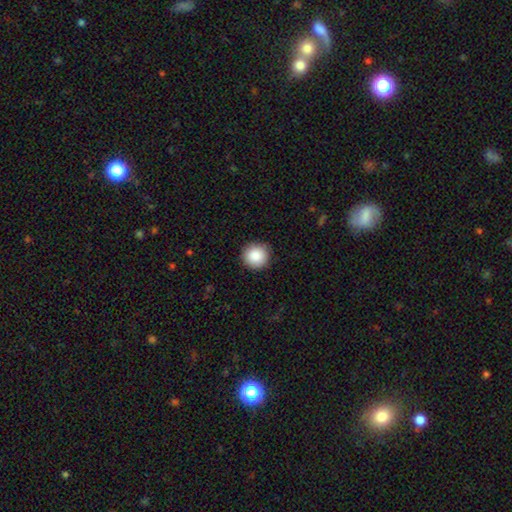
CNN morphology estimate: Overall: smooth (87%). How rounded: round (95%). Merging: none (91%).